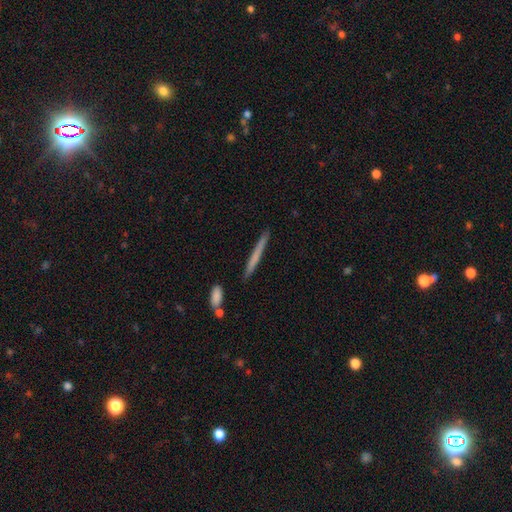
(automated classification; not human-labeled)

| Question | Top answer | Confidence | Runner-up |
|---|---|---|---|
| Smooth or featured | smooth | 61% | featured or disk (33%) |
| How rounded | cigar-shaped | 97% | in between (2%) |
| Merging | none | 90% | minor disturbance (7%) |